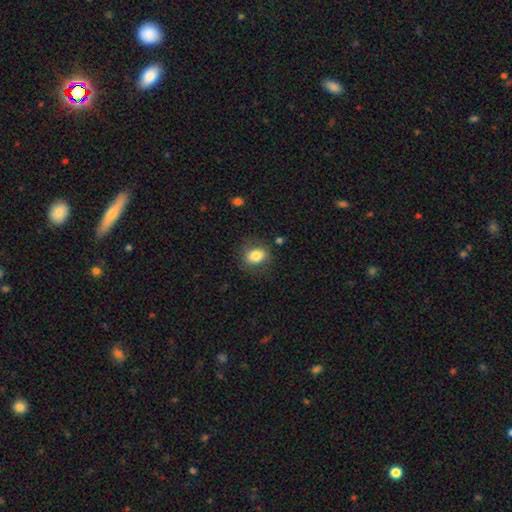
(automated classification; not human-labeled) Q: Smooth or featured?
A: smooth (81%); runner-up: featured or disk (10%)
Q: How rounded?
A: in between (60%); runner-up: round (39%)
Q: Merging?
A: none (79%); runner-up: minor disturbance (14%)